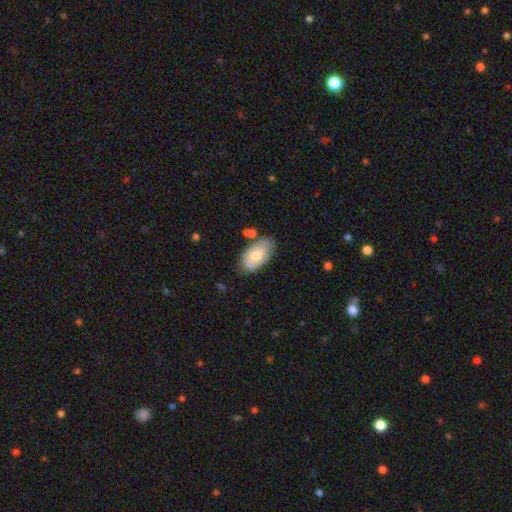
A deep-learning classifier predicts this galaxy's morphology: Smooth or featured: smooth — 68% (featured or disk — 26%)
How rounded: in between — 94% (round — 4%)
Merging: none — 65% (minor disturbance — 22%)